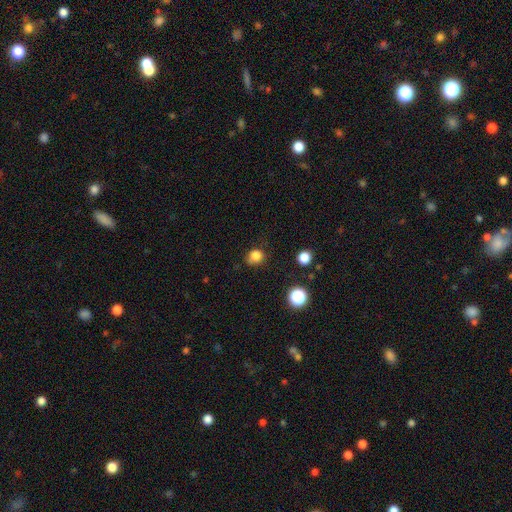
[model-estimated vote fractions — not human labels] A smooth galaxy with no disk features (82%) that is round (79%). Merging: none (72%).